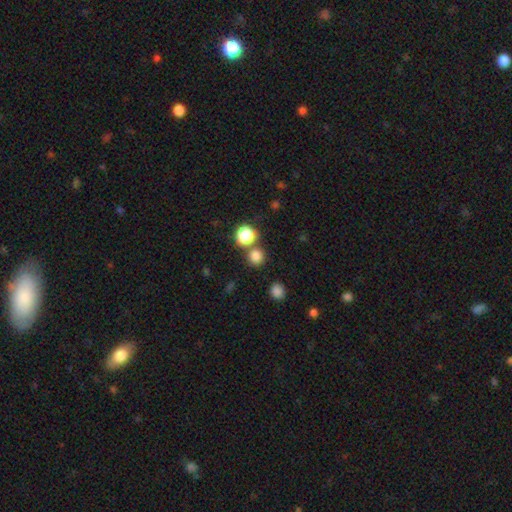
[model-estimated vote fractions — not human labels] A smooth galaxy with no disk features (77%) that is round (92%).

Vote fractions:
- Smooth or featured? smooth: 77% / star or artifact: 18% / featured or disk: 5%
- How rounded? round: 92% / in between: 7% / cigar-shaped: 1%
- Merging? none: 76% / merger: 15% / minor disturbance: 7% / major disturbance: 3%